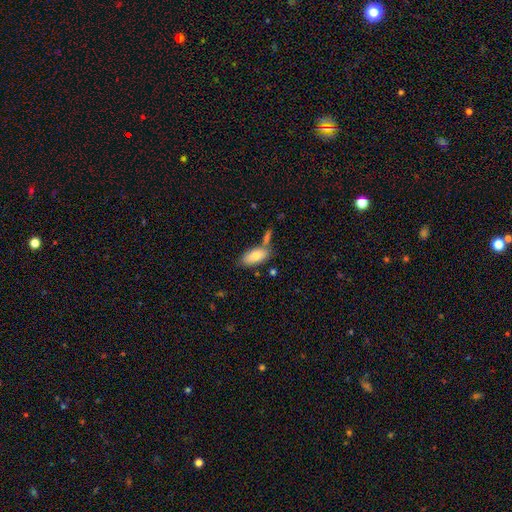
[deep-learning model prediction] smooth 79%, featured or disk 14%, star or artifact 7%. Down the decision tree: how rounded — in between (90%); merging — none (62%).